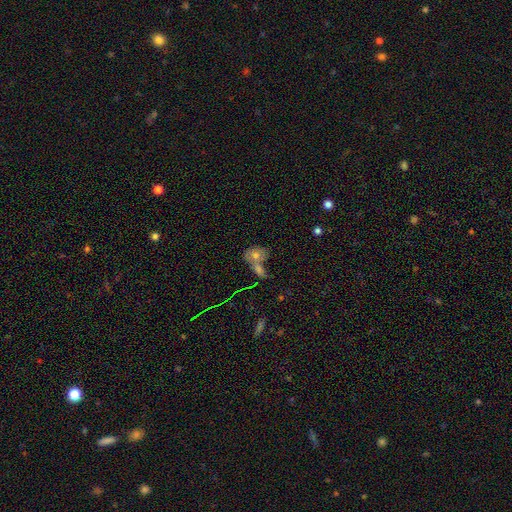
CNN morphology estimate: smooth_or_featured: smooth (p=0.56) [alt: featured or disk p=0.29]
how_rounded: in between (p=0.65) [alt: round p=0.32]
merging: merger (p=0.47) [alt: none p=0.34]